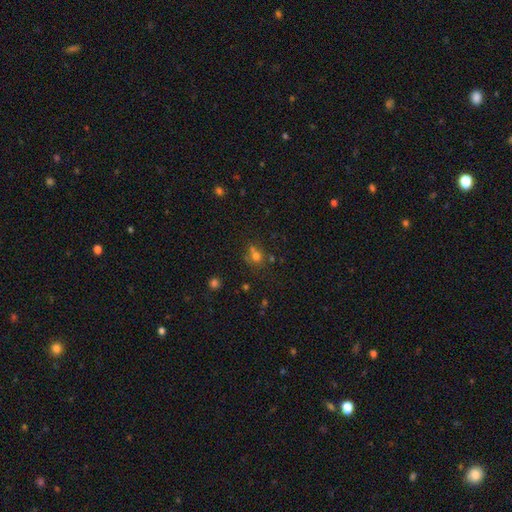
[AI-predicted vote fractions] Smooth or featured?
  - smooth: 69% *
  - star or artifact: 20%
  - featured or disk: 11%
How rounded?
  - round: 72% *
  - in between: 27%
  - cigar-shaped: 1%
Merging?
  - none: 54% *
  - merger: 22%
  - minor disturbance: 17%
  - major disturbance: 8%